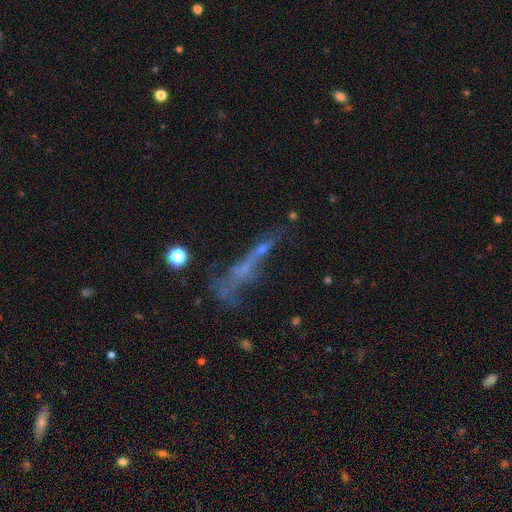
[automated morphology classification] The model was most divided on "merging": none: 34%, major disturbance: 30%, merger: 21%, minor disturbance: 15%. Remaining: smooth or featured — featured or disk (45%).